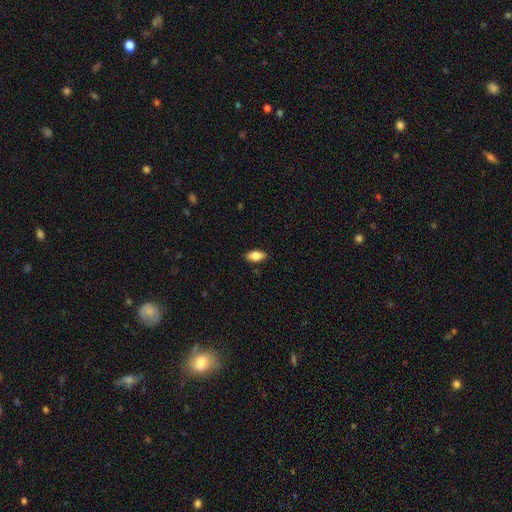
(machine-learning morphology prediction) Smooth or featured? Predicted: smooth (p=0.79). How rounded? Predicted: in between (p=0.88). Merging? Predicted: none (p=0.87).